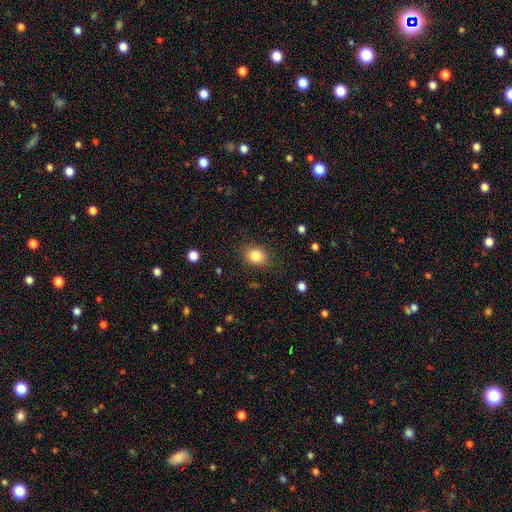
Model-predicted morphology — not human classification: This is clearly a smooth galaxy (84%). How rounded: possibly in between (53%). Merging: clearly none (83%).